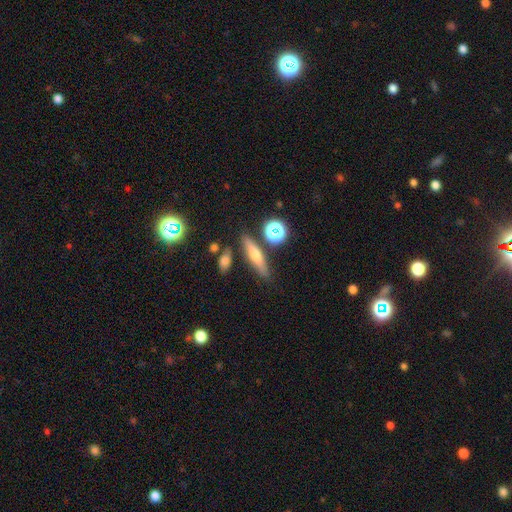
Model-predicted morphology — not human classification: A smooth galaxy with no disk features (51%) that is cigar-shaped (67%).

Vote fractions:
- Smooth or featured? smooth: 51% / featured or disk: 37% / star or artifact: 11%
- How rounded? cigar-shaped: 67% / in between: 26% / round: 7%
- Merging? none: 80% / minor disturbance: 11% / merger: 6% / major disturbance: 3%